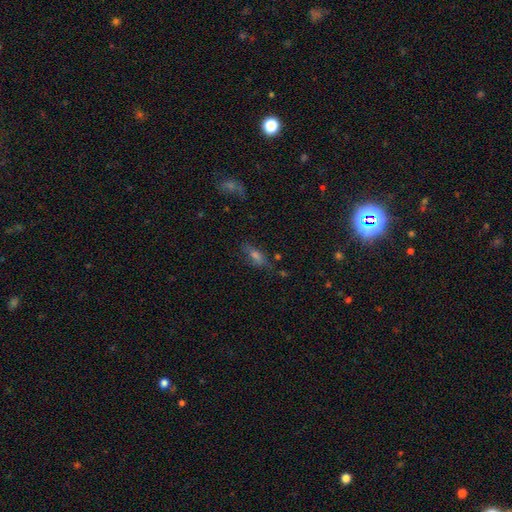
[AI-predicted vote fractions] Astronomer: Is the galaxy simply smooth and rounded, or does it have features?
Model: smooth — 45% (runner-up: featured or disk, 28%).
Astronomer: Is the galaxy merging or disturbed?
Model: none — 67%.